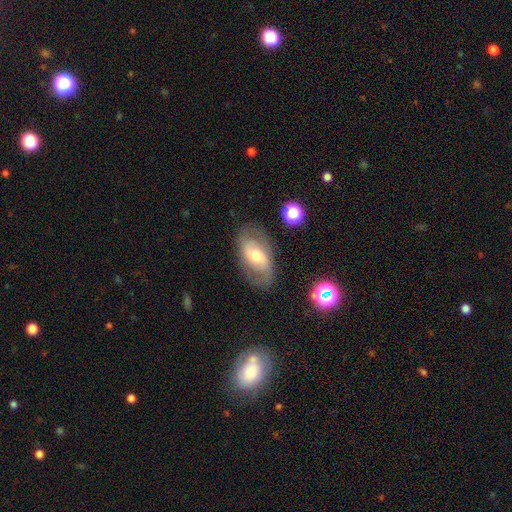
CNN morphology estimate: This appears to be a featured or disk galaxy (65%) with a weak bar (44%), spiral arms (78%) and a moderate central bulge (66%). Merging: none (75%).